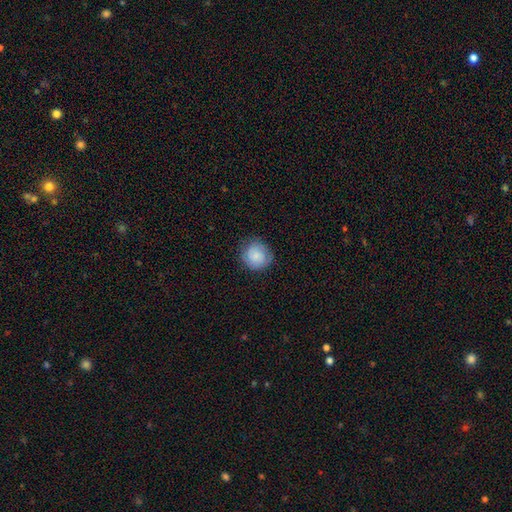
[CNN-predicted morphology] Smooth or featured? smooth (80%)
How rounded? round (90%)
Merging? none (80%)